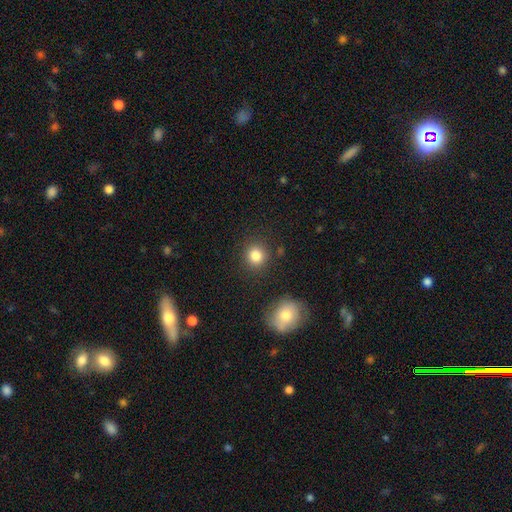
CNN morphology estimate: Smooth or featured? smooth (83%)
How rounded? round (89%)
Merging? none (87%)